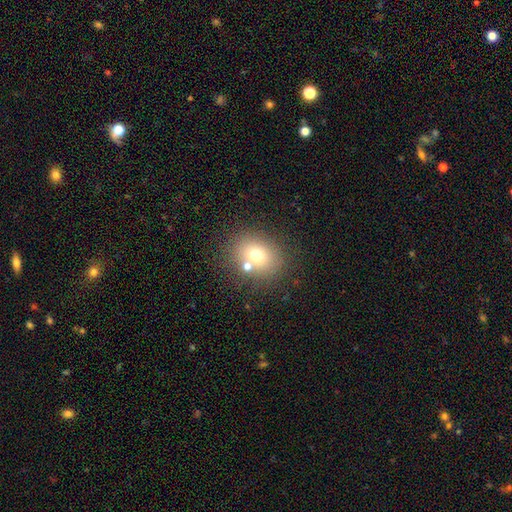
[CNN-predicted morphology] The model was most divided on "how rounded": round: 62%, in between: 37%, cigar-shaped: 1%. More confident: merging — none (70%); smooth or featured — smooth (70%).